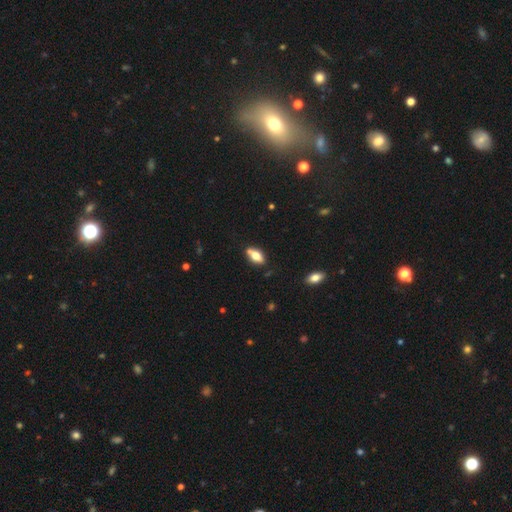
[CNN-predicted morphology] A smooth galaxy with no disk features (66%) that is in between round and cigar-shaped (84%). Merging: none (71%).